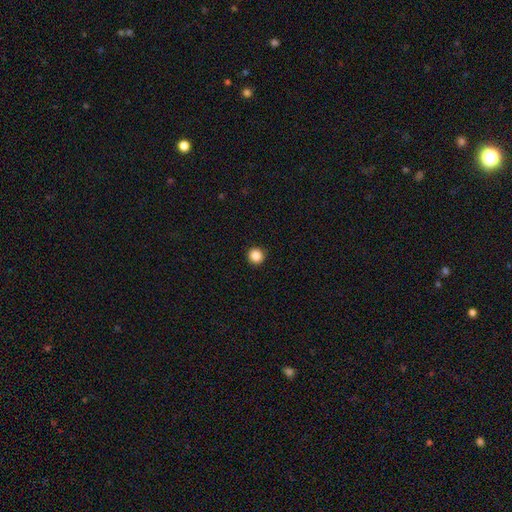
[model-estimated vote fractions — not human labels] The model was most divided on "smooth or featured": smooth: 86%, star or artifact: 10%, featured or disk: 4%. More confident: how rounded — round (96%); merging — none (94%).